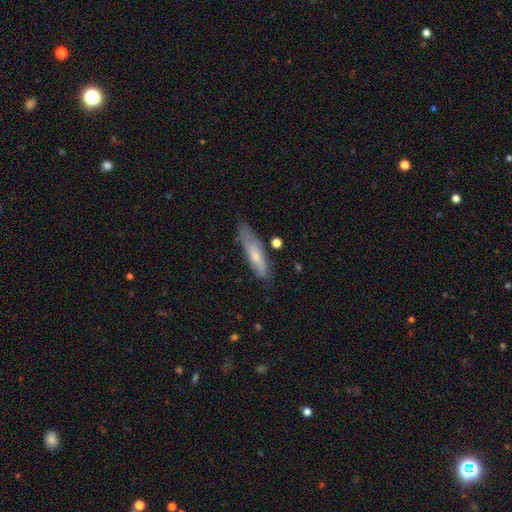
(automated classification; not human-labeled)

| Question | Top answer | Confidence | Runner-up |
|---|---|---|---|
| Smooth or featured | smooth | 59% | featured or disk (35%) |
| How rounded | cigar-shaped | 69% | in between (29%) |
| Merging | none | 64% | minor disturbance (26%) |